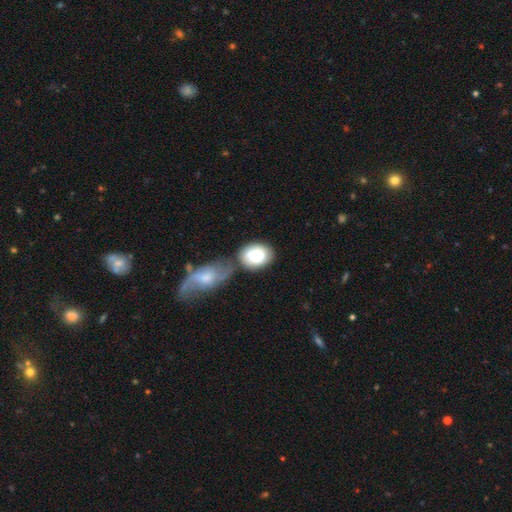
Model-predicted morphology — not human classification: smooth_or_featured: smooth (p=0.78) [alt: featured or disk p=0.16]
how_rounded: in between (p=0.53) [alt: round p=0.46]
merging: none (p=0.45) [alt: merger p=0.33]